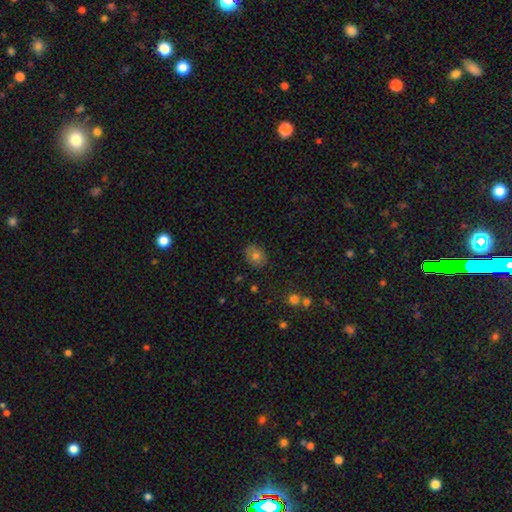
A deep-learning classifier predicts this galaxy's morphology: Smooth or featured: smooth — 74% (featured or disk — 14%)
How rounded: round — 54% (in between — 45%)
Merging: none — 84% (minor disturbance — 11%)